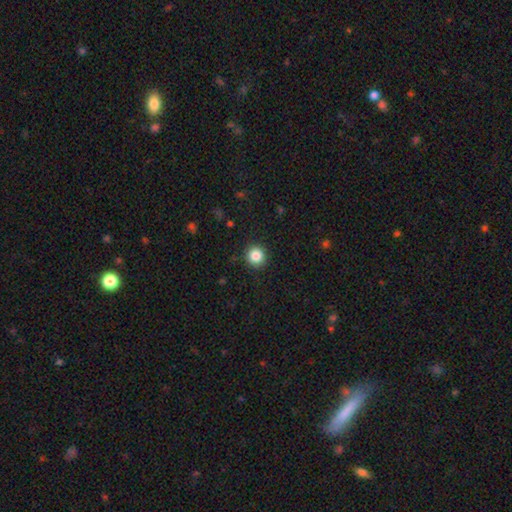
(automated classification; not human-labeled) Smooth or featured? Predicted: smooth (p=0.85). How rounded? Predicted: round (p=0.94). Merging? Predicted: none (p=0.92).